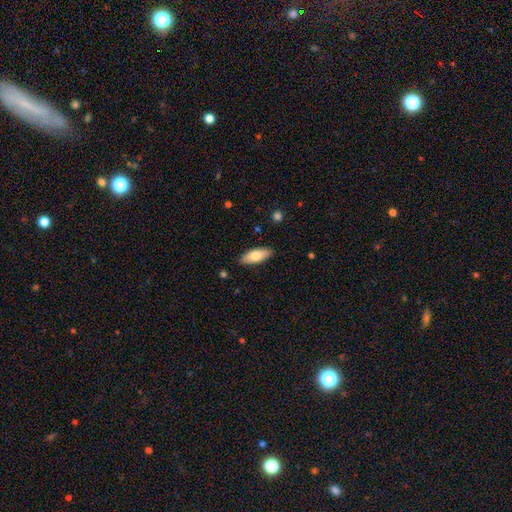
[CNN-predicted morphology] A smooth galaxy with no disk features (76%) that is in between round and cigar-shaped (78%). Merging: none (88%).